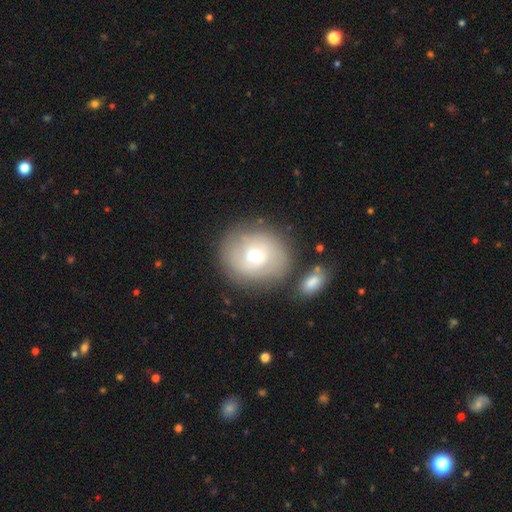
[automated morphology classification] The model was most divided on "smooth or featured": smooth: 51%, featured or disk: 40%, star or artifact: 9%. More confident: how rounded — round (82%); merging — none (72%).